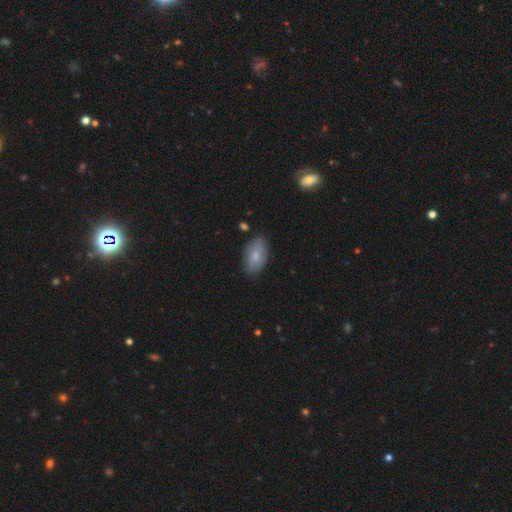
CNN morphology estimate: Overall: smooth (71%). How rounded: in between (93%). Merging: none (80%).